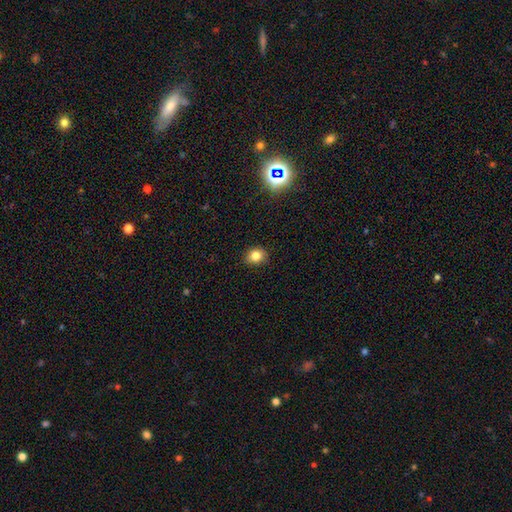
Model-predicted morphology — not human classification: The model was most divided on "how rounded": round: 65%, in between: 34%, cigar-shaped: 1%. More confident: merging — none (86%); smooth or featured — smooth (81%).